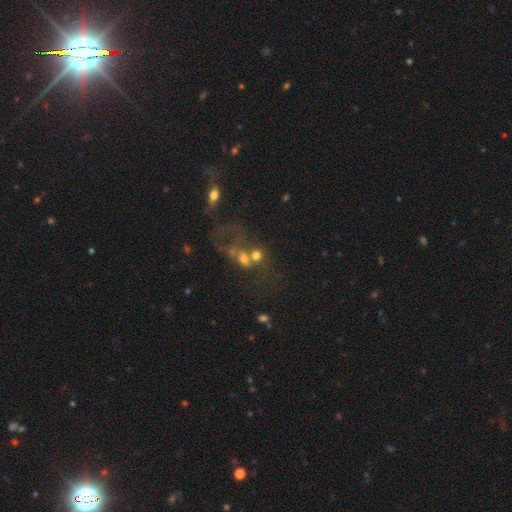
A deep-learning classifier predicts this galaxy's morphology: Smooth or featured: smooth — 52% (featured or disk — 28%)
How rounded: round — 55% (in between — 43%)
Merging: merger — 54% (none — 22%)